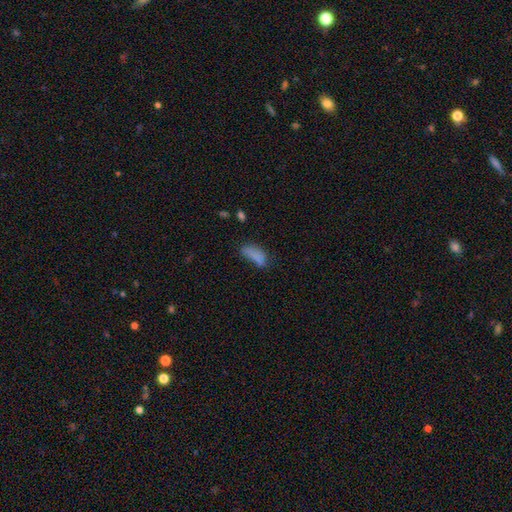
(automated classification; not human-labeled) Smooth or featured: smooth — 77% (featured or disk — 12%)
How rounded: in between — 76% (cigar-shaped — 21%)
Merging: none — 42% (minor disturbance — 28%)